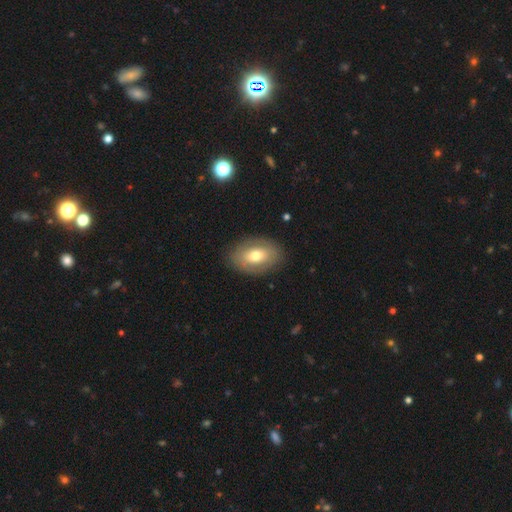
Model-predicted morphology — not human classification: smooth_or_featured: smooth (p=0.61) [alt: featured or disk p=0.32]
how_rounded: in between (p=0.83) [alt: round p=0.15]
merging: none (p=0.84) [alt: minor disturbance p=0.11]